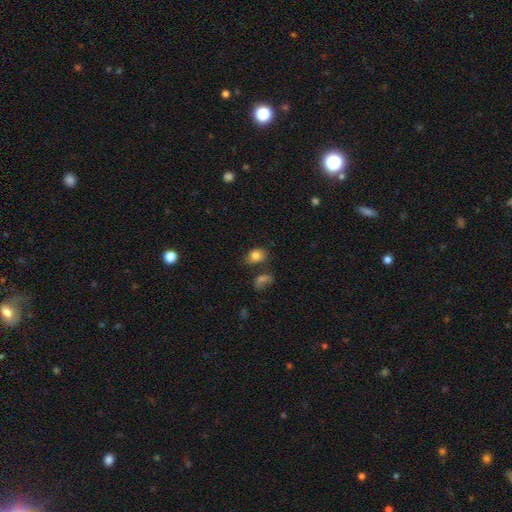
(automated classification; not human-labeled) Smooth or featured? Predicted: smooth (p=0.81). How rounded? Predicted: in between (p=0.73). Merging? Predicted: none (p=0.67).